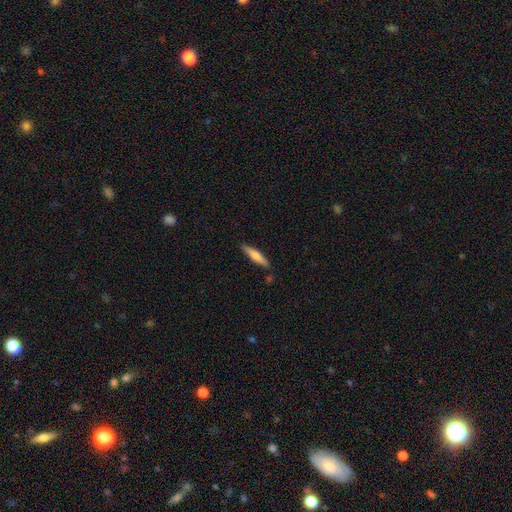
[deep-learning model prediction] Smooth or featured? smooth (67%)
How rounded? cigar-shaped (86%)
Merging? none (86%)